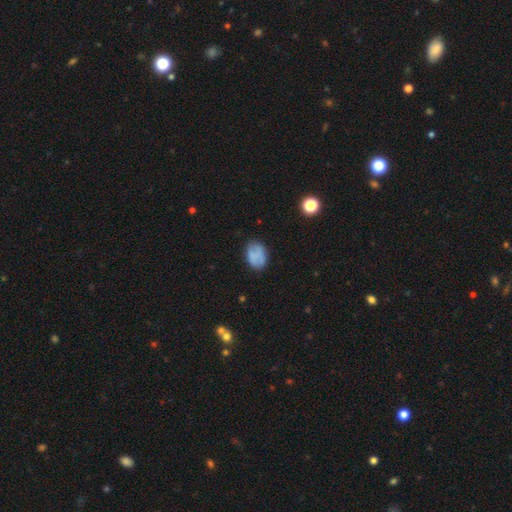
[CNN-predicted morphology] This is likely a smooth galaxy (75%). How rounded: likely in between (77%). Merging: likely none (72%).